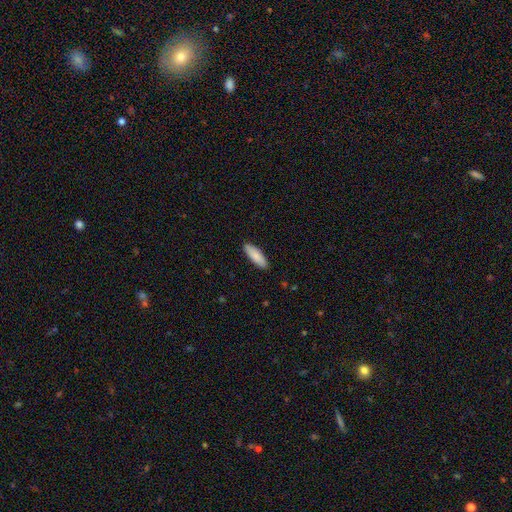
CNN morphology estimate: smooth 86%, featured or disk 8%, star or artifact 5%. Down the decision tree: how rounded — in between (53%); merging — none (90%).